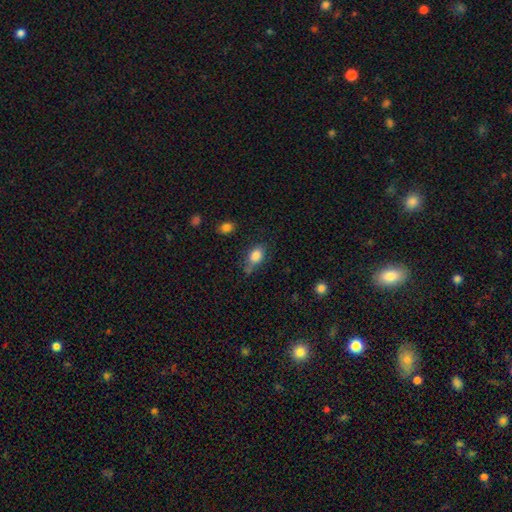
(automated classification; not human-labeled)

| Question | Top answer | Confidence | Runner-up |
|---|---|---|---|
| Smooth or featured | smooth | 84% | star or artifact (9%) |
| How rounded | in between | 79% | round (19%) |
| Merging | none | 55% | minor disturbance (28%) |